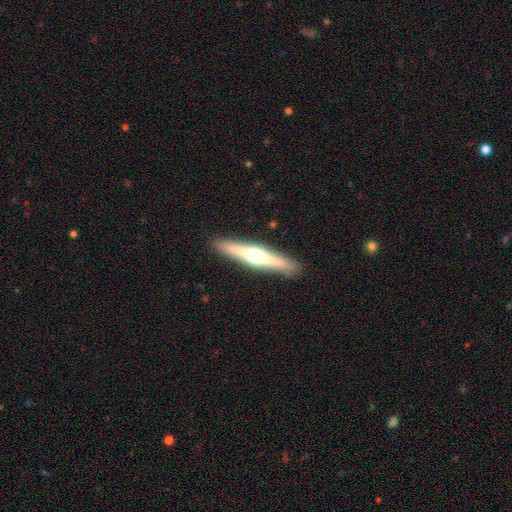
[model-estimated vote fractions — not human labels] Morphology: type=featured or disk (63%); edge-on=yes (97%); edge-on bulge=rounded (91%); merging=none (91%).